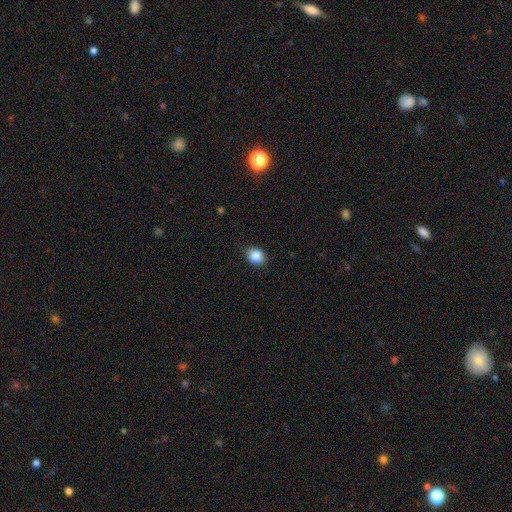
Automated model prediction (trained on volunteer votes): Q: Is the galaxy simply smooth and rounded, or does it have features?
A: smooth — 87%.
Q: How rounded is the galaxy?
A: round — 53%.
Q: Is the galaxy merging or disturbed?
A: none — 82%.